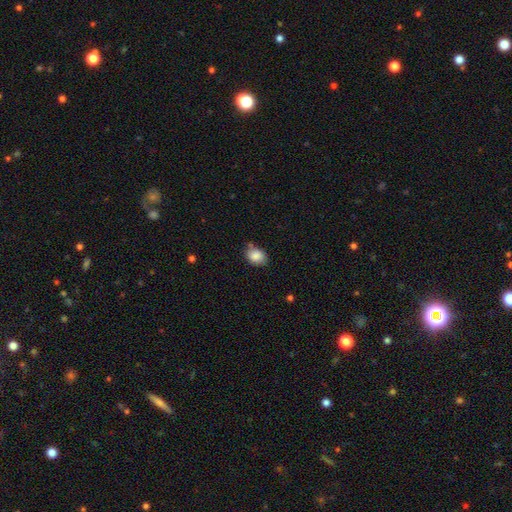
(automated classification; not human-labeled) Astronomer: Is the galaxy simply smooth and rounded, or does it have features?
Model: smooth — 86%.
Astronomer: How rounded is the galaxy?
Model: in between — 67%.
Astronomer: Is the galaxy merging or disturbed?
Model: none — 67%.